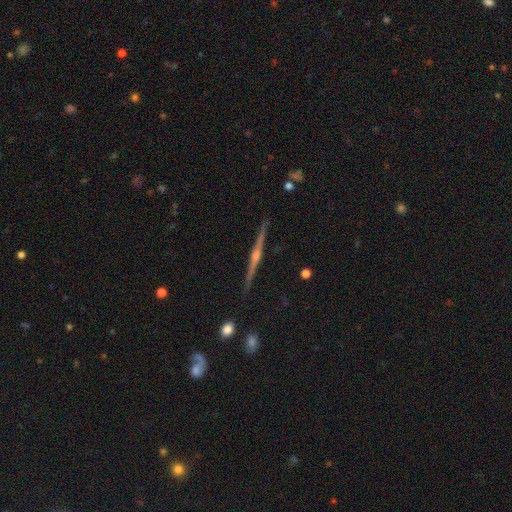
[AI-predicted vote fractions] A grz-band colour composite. It shows a featured or disk galaxy (79%) viewed edge-on (97%) with a rounded central bulge (85%). Merging: none (88%).